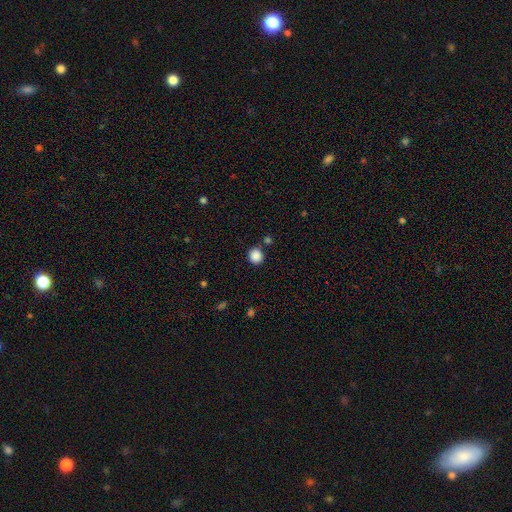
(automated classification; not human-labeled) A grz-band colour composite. It shows a smooth galaxy with no disk features (87%) that is round (88%). Merging: none (83%).